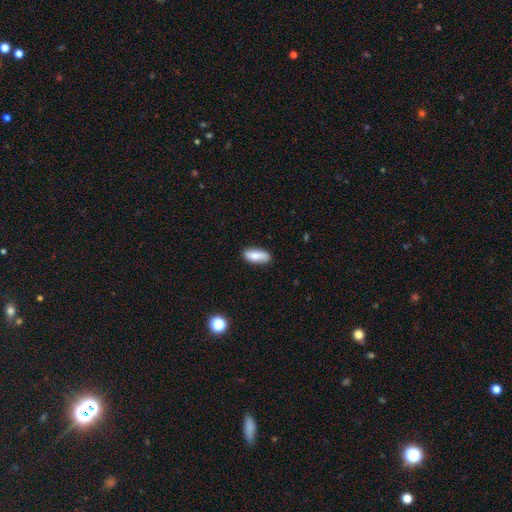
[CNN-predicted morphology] Overall: smooth (76%). How rounded: in between (80%). Merging: none (82%).